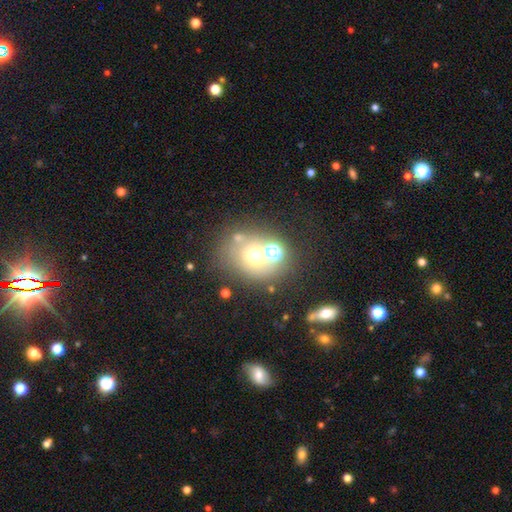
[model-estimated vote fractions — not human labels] smooth_or_featured: smooth (p=0.54) [alt: featured or disk p=0.25]
how_rounded: round (p=0.65) [alt: in between p=0.34]
merging: none (p=0.54) [alt: merger p=0.25]